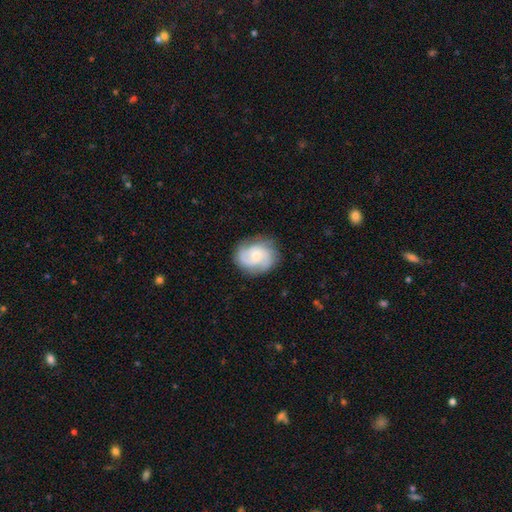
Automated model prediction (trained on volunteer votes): featured or disk 72%, smooth 21%, star or artifact 6%. Down the decision tree: edge-on disk — no (98%); bar — no (69%); spiral arms — yes (94%); spiral arm count — 2 (37%); spiral winding — medium (46%); bulge size — small (58%); merging — none (76%).